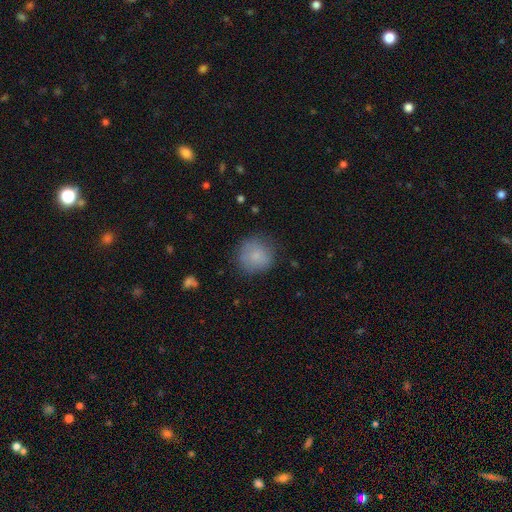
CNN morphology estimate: smooth-or-featured: smooth: 81% | featured or disk: 11% | star or artifact: 9%
  how-rounded: round: 90% | in between: 9% | cigar-shaped: 1%
  merging: none: 76% | minor disturbance: 17% | major disturbance: 5% | merger: 1%